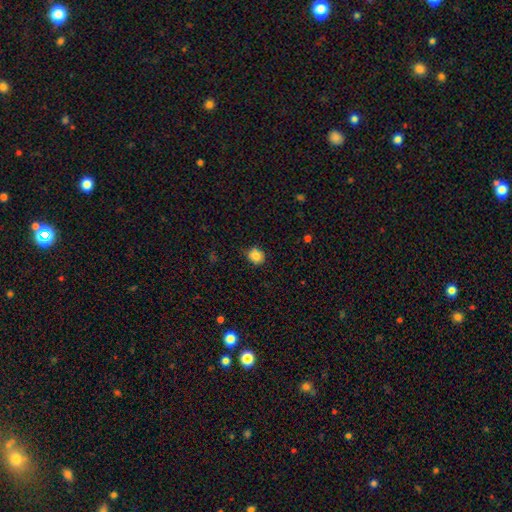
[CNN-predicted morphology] type=smooth (84%); roundness=round (77%); merging=none (82%).